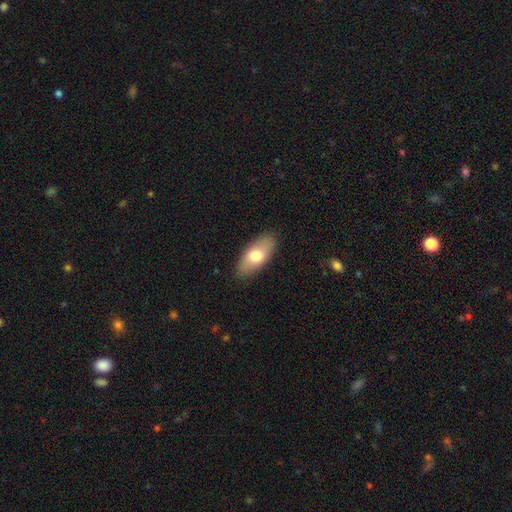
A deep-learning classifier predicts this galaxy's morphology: Overall: smooth (72%). How rounded: in between (88%). Merging: none (87%).